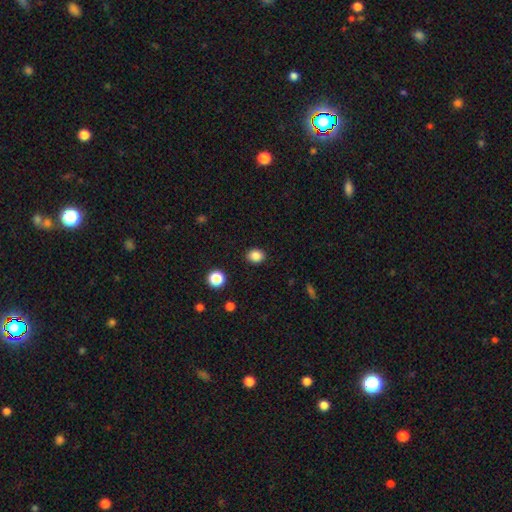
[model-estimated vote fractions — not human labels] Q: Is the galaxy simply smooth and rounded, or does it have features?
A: smooth — 85%.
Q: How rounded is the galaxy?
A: round — 60%.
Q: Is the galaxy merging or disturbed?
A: none — 90%.